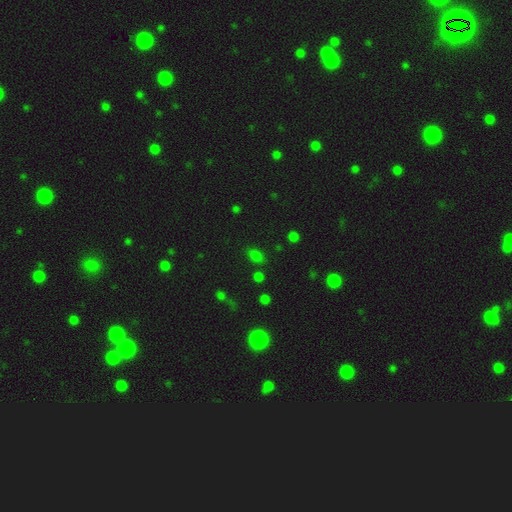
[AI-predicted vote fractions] Smooth or featured? smooth (67%)
How rounded? in between (79%)
Merging? none (75%)